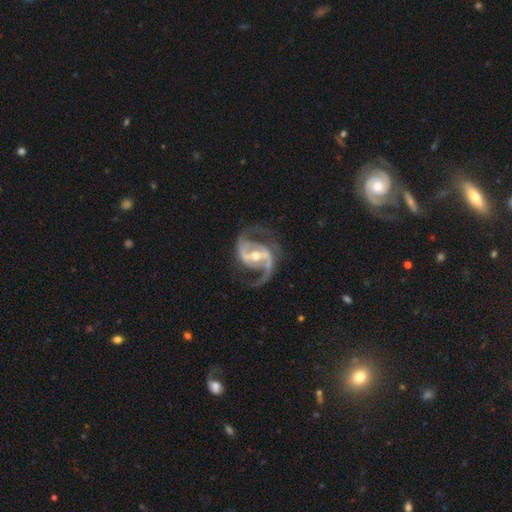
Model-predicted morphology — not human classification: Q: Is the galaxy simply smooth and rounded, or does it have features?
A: featured or disk — 93%.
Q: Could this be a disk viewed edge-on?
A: no — 97%.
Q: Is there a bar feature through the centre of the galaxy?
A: strong — 56%.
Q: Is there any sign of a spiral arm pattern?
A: yes — 98%.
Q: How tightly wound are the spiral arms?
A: medium — 58%.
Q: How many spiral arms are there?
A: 2 — 92%.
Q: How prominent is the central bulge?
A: moderate — 64%.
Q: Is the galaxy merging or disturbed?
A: none — 75%.